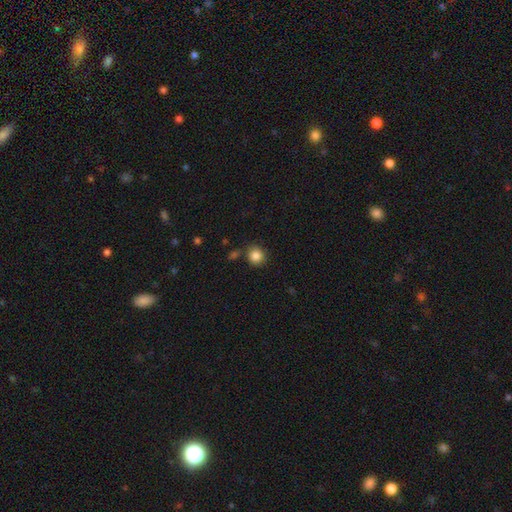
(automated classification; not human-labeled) This appears to be a smooth galaxy with no disk features (86%) that is round (87%). Merging: none (81%).